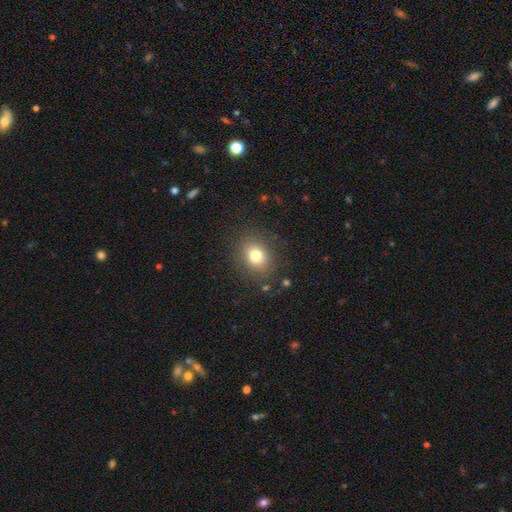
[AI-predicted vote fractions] This appears to be a smooth galaxy with no disk features (77%) that is round (63%). Merging: none (83%).